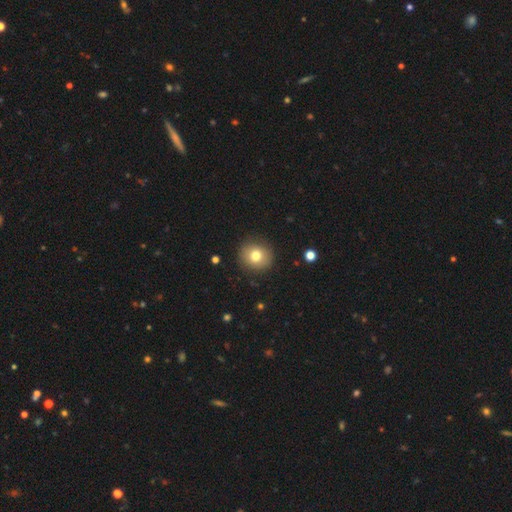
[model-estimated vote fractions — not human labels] Smooth or featured? Predicted: smooth (p=0.76). How rounded? Predicted: round (p=0.86). Merging? Predicted: none (p=0.90).